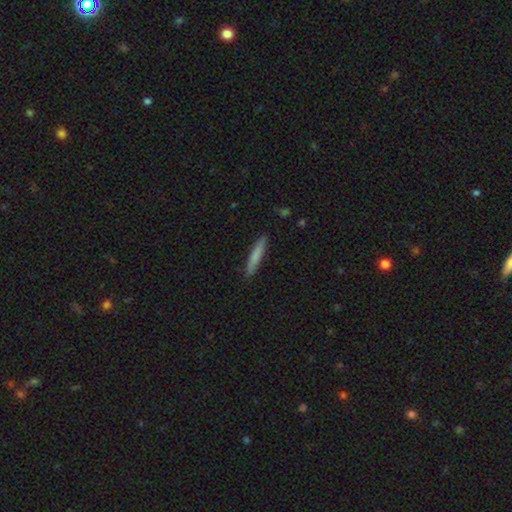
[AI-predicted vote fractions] smooth 76%, featured or disk 18%, star or artifact 6%. Down the decision tree: how rounded — cigar-shaped (94%); merging — none (90%).